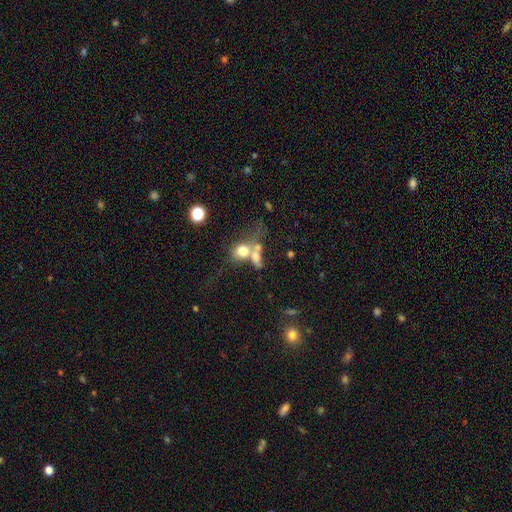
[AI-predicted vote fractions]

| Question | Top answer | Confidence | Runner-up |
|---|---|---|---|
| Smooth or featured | smooth | 65% | featured or disk (21%) |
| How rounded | in between | 47% | tied: round (47%) |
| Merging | merger | 59% | none (19%) |